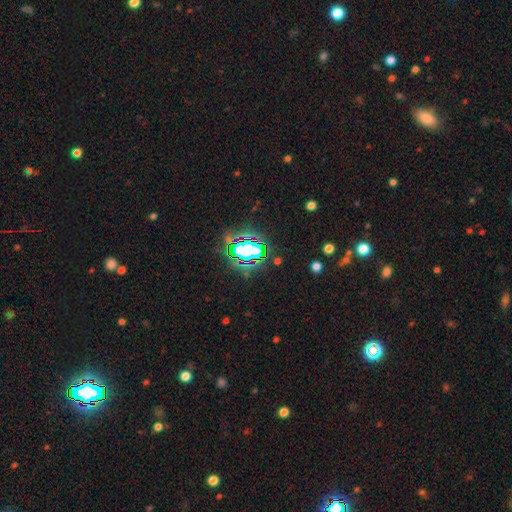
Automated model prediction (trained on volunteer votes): star or artifact 71%, smooth 18%, featured or disk 11%.